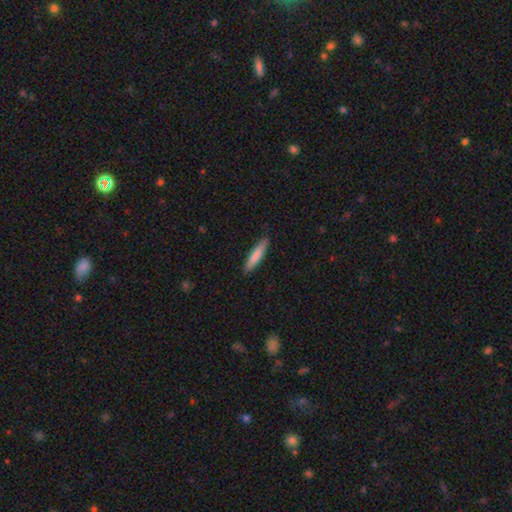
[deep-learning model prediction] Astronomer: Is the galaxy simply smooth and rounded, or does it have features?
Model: smooth — 81%.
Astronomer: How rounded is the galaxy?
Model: cigar-shaped — 85%.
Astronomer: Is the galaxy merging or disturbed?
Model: none — 86%.